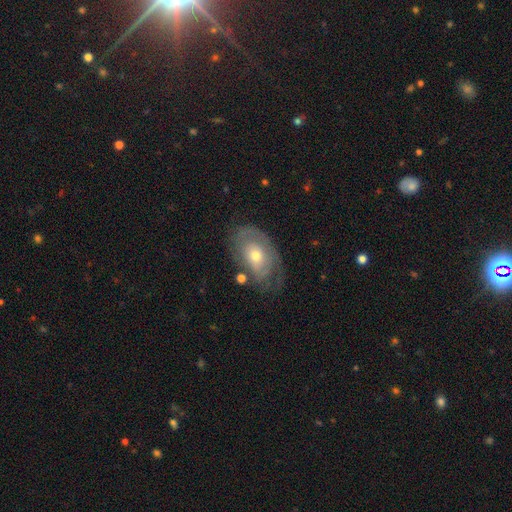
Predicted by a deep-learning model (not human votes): Smooth or featured? featured or disk (60%)
Edge-on disk? no (92%)
Bar? no (83%)
Spiral arms? yes (58%)
Bulge size? moderate (54%)
Merging? none (59%)